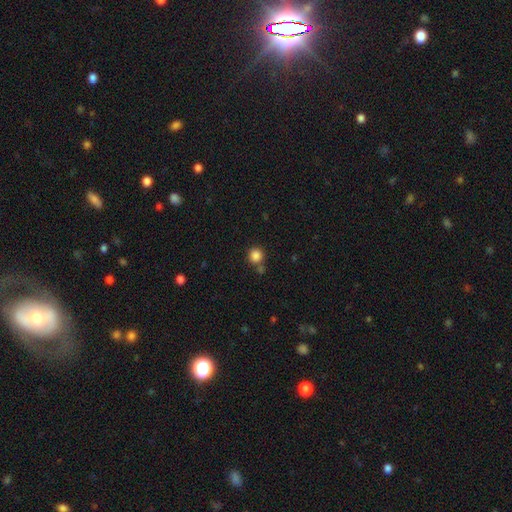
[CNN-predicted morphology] Smooth or featured? smooth (85%)
How rounded? round (92%)
Merging? none (73%)